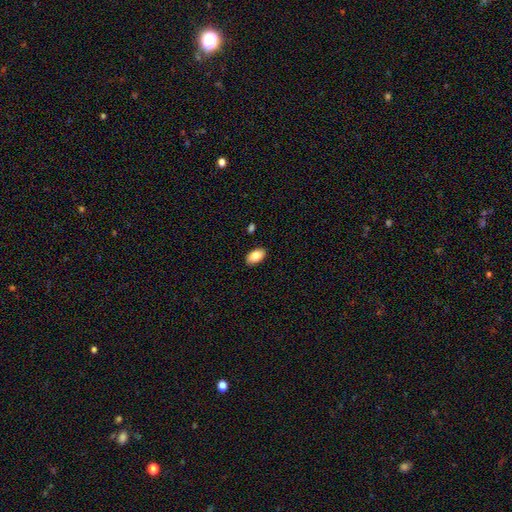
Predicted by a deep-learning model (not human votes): smooth_or_featured: smooth (p=0.83) [alt: featured or disk p=0.10]
how_rounded: in between (p=0.94) [alt: round p=0.05]
merging: none (p=0.88) [alt: minor disturbance p=0.08]